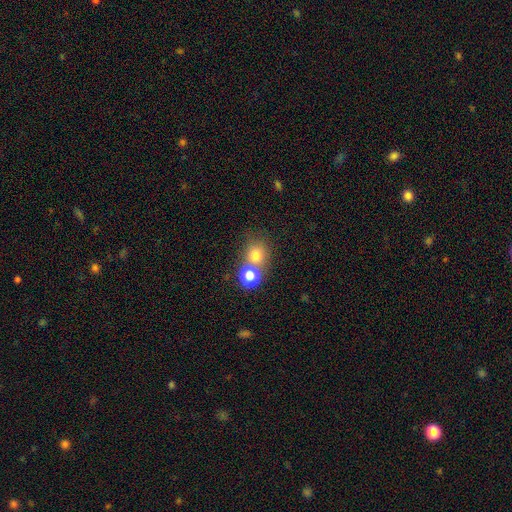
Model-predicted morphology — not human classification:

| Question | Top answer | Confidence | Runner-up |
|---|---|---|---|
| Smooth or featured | smooth | 74% | star or artifact (16%) |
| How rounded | round | 82% | in between (17%) |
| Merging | none | 54% | merger (33%) |